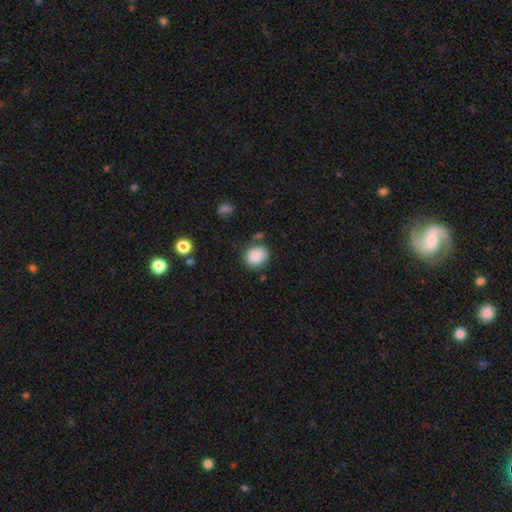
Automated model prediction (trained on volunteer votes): Smooth or featured?
  - smooth: 86% *
  - star or artifact: 9%
  - featured or disk: 5%
How rounded?
  - round: 77% *
  - in between: 22%
  - cigar-shaped: 1%
Merging?
  - none: 74% *
  - minor disturbance: 16%
  - merger: 5%
  - major disturbance: 5%